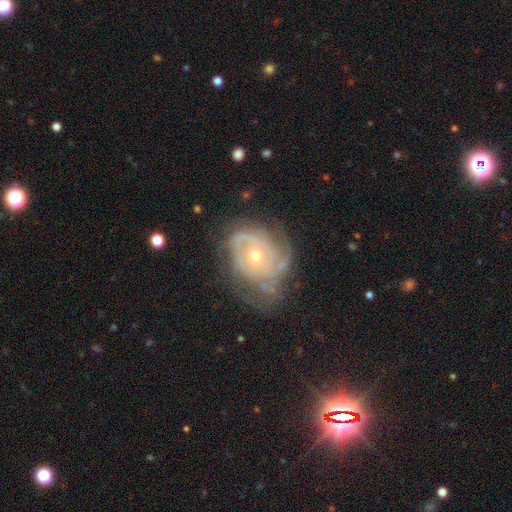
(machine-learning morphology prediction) Smooth or featured: featured or disk — 84% (smooth — 9%)
Edge-on disk: no — 97% (yes — 3%)
Bar: no — 77% (weak — 18%)
Spiral arms: yes — 91% (no — 9%)
Spiral winding: tight — 64% (medium — 28%)
Spiral arm count: can't tell — 37% (2 — 23%)
Bulge size: moderate — 52% (small — 45%)
Merging: none — 53% (minor disturbance — 27%)